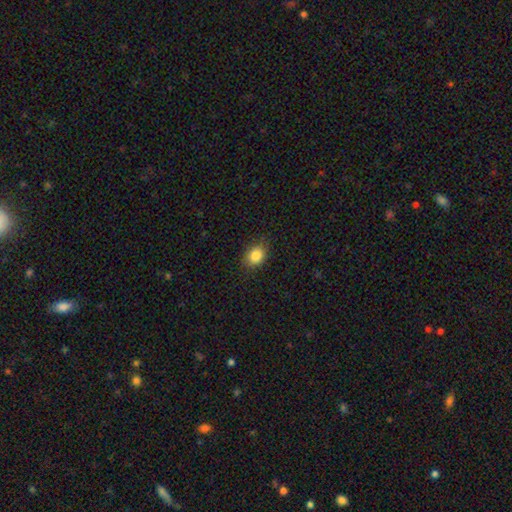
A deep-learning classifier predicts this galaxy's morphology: Overall: smooth (85%). How rounded: in between (62%; round 37%). Merging: none (82%).